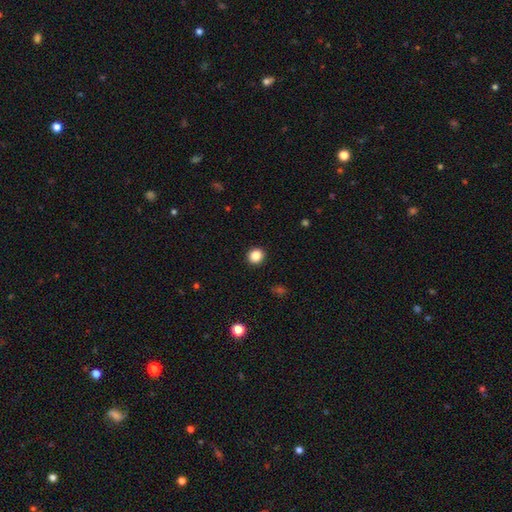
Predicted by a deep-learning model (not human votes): Smooth or featured? smooth (86%)
How rounded? round (87%)
Merging? none (93%)